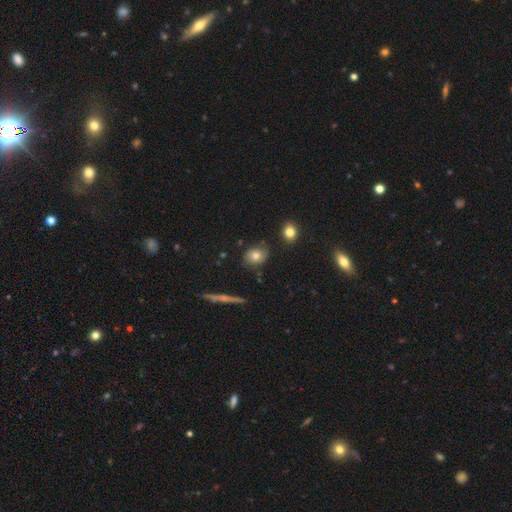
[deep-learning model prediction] This appears to be a smooth galaxy with no disk features (72%) that is round (56%). Merging: none (78%).